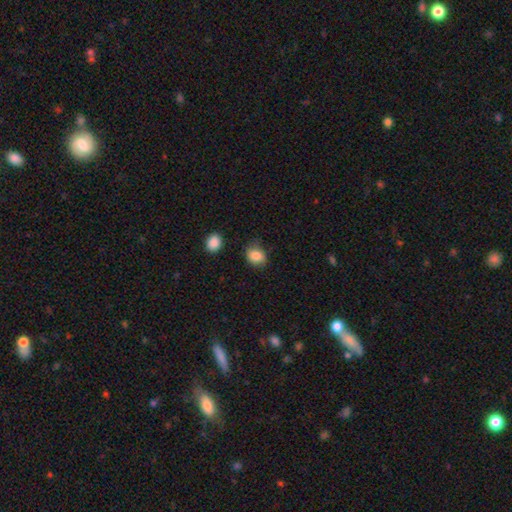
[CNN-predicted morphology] Smooth or featured? Predicted: smooth (p=0.85). How rounded? Predicted: round (p=0.51). Merging? Predicted: none (p=0.69).